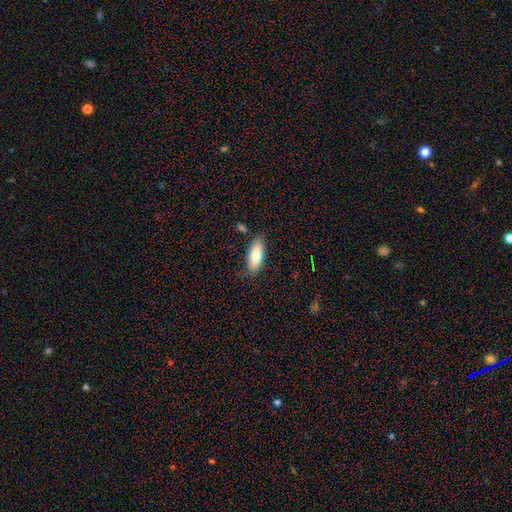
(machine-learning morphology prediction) The model was most divided on "how rounded": in between: 77%, cigar-shaped: 21%, round: 2%. More confident: smooth or featured — smooth (81%); merging — none (80%).